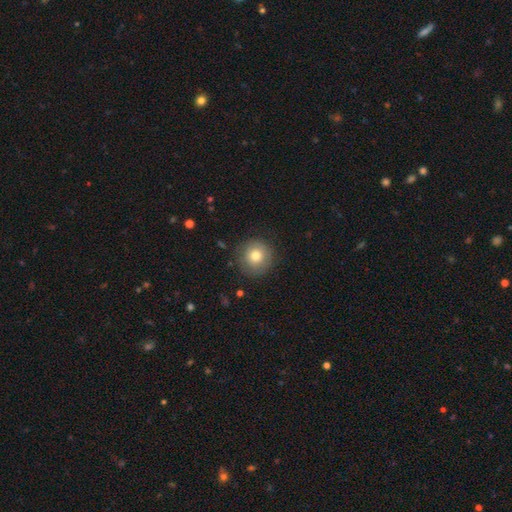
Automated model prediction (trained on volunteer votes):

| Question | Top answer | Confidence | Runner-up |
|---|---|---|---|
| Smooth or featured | smooth | 78% | featured or disk (13%) |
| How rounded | round | 93% | in between (6%) |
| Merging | none | 86% | minor disturbance (10%) |